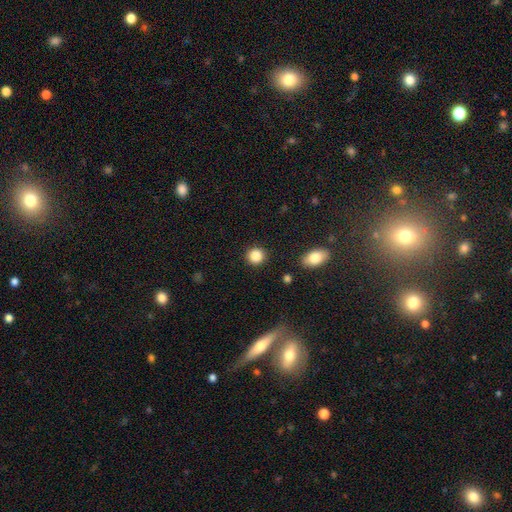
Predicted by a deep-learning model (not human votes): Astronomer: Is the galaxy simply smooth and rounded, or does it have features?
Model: smooth — 87%.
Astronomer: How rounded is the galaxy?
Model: round — 90%.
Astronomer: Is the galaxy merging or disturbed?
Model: none — 90%.